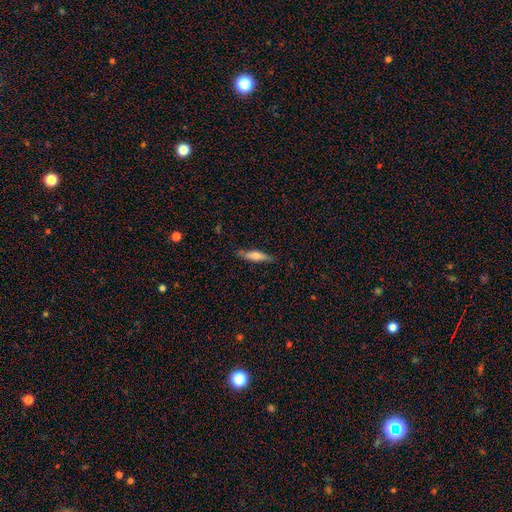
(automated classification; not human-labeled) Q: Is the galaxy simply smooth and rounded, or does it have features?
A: smooth — 64%.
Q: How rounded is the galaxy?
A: cigar-shaped — 78%.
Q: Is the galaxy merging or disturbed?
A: none — 82%.